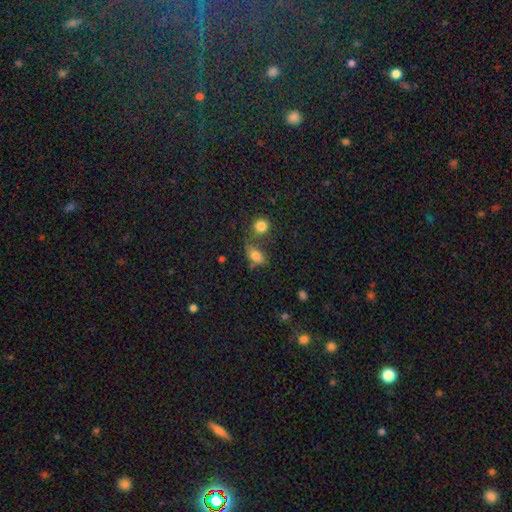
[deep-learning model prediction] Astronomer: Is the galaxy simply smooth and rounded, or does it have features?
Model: smooth — 77%.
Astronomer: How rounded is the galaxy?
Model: in between — 83%.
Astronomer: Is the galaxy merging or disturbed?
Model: none — 49%.